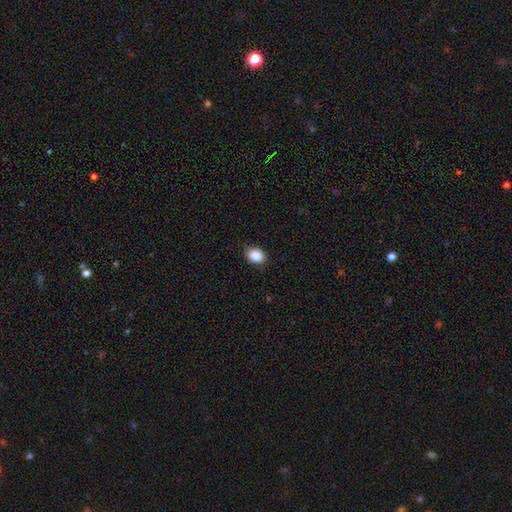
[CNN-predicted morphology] smooth 89%, star or artifact 8%, featured or disk 3%. Down the decision tree: how rounded — in between (65%); merging — none (86%).